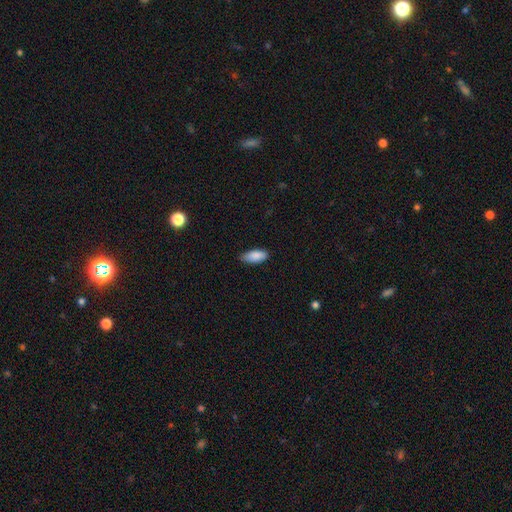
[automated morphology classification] This appears to be a smooth galaxy with no disk features (89%) that is in between round and cigar-shaped (83%). Merging: none (77%).